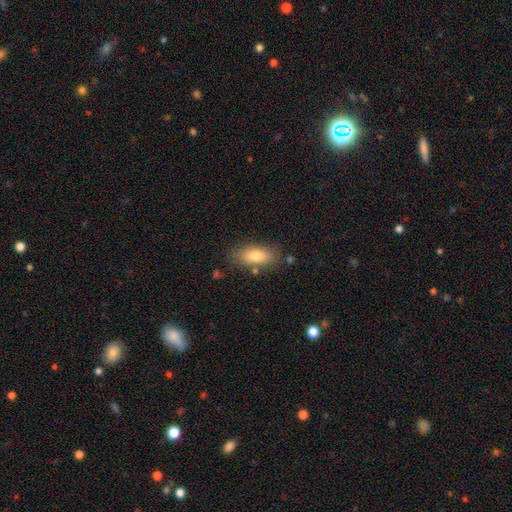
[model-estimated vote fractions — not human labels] Overall: smooth (76%). How rounded: in between (84%). Merging: none (73%).